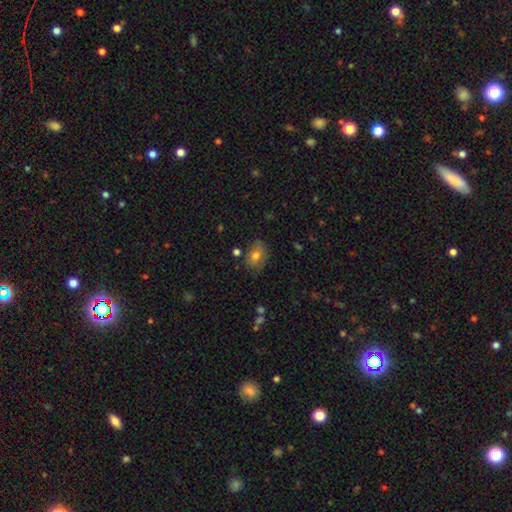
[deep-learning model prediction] Smooth or featured? Predicted: smooth (p=0.74). How rounded? Predicted: in between (p=0.66). Merging? Predicted: none (p=0.71).